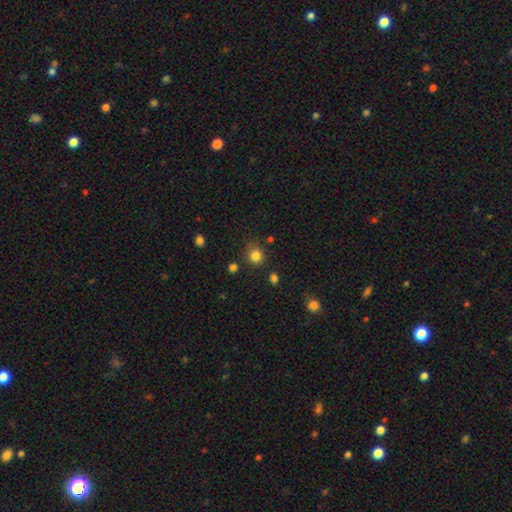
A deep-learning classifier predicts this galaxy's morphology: Overall: smooth (82%). How rounded: round (84%). Merging: none (80%).